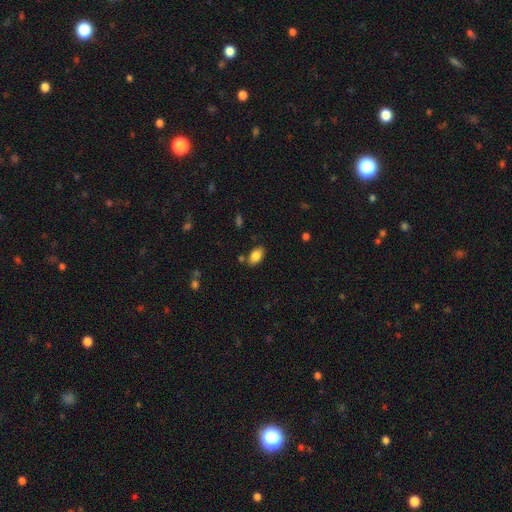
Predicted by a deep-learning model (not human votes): A smooth galaxy with no disk features (84%) that is in between round and cigar-shaped (91%).

Vote fractions:
- Smooth or featured? smooth: 84% / featured or disk: 9% / star or artifact: 8%
- How rounded? in between: 91% / round: 7% / cigar-shaped: 2%
- Merging? none: 80% / minor disturbance: 13% / merger: 5% / major disturbance: 3%